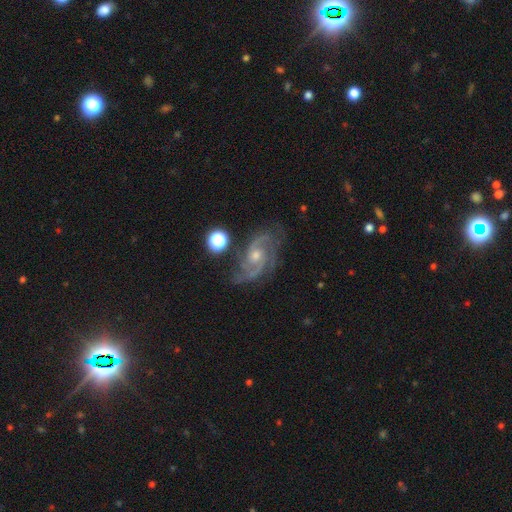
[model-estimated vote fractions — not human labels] A featured or disk galaxy (89%) with no bar (56%), 2 (62%) medium (56%) spiral arms (98%) and a moderate central bulge (50%).

Vote fractions:
- Smooth or featured? featured or disk: 89% / star or artifact: 6% / smooth: 4%
- Edge-on disk? no: 97% / yes: 3%
- Bar? no: 56% / weak: 36% / strong: 7%
- Spiral arms? yes: 98% / no: 2%
- Spiral winding? medium: 56% / tight: 28% / loose: 16%
- Spiral arm count? 2: 62% / 3: 21% / can't tell: 7% / 4: 4% / 1: 3% / more than 4: 3%
- Bulge size? moderate: 50% / small: 45% / none: 2% / large: 2% / dominant: 1%
- Merging? none: 71% / minor disturbance: 18% / major disturbance: 8% / merger: 3%